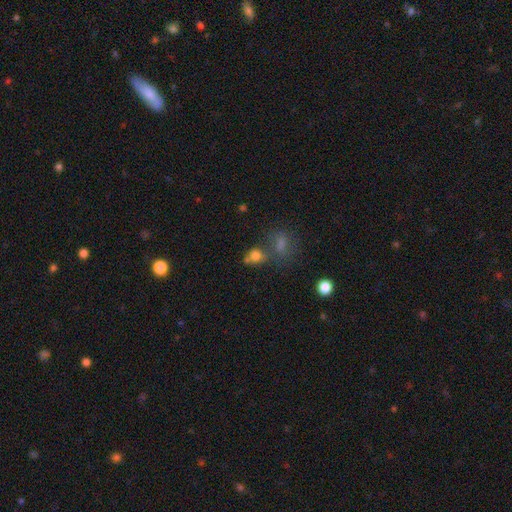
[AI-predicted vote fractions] smooth-or-featured: smooth: 75% | star or artifact: 15% | featured or disk: 10%
  how-rounded: round: 66% | in between: 33% | cigar-shaped: 2%
  merging: none: 46% | merger: 34% | minor disturbance: 13% | major disturbance: 7%